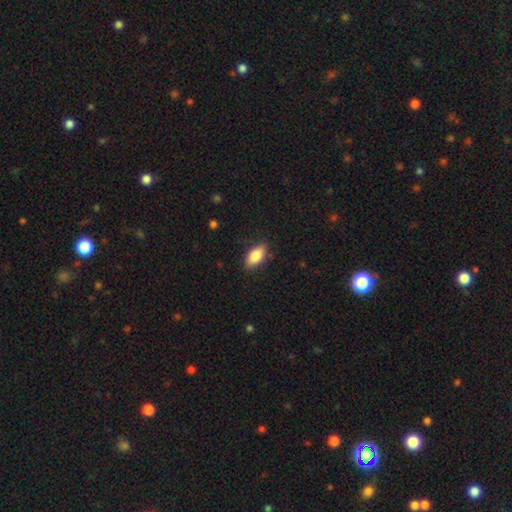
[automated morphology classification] A smooth galaxy with no disk features (82%) that is in between round and cigar-shaped (89%).

Vote fractions:
- Smooth or featured? smooth: 82% / featured or disk: 11% / star or artifact: 7%
- How rounded? in between: 89% / cigar-shaped: 7% / round: 4%
- Merging? none: 83% / minor disturbance: 13% / major disturbance: 3% / merger: 1%